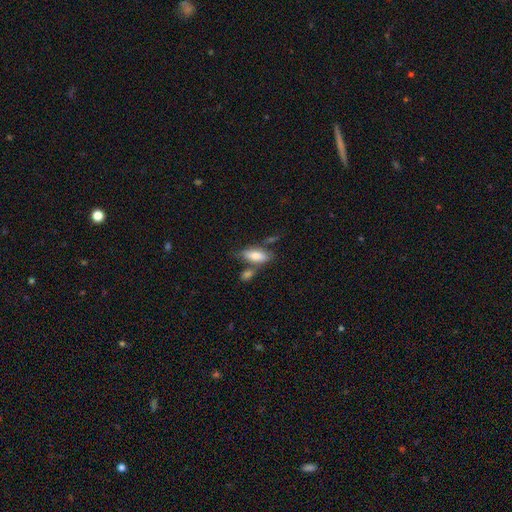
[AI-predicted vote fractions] The model was most divided on "merging": none: 53%, merger: 21%, minor disturbance: 19%, major disturbance: 8%. More confident: how rounded — in between (78%); smooth or featured — smooth (75%).